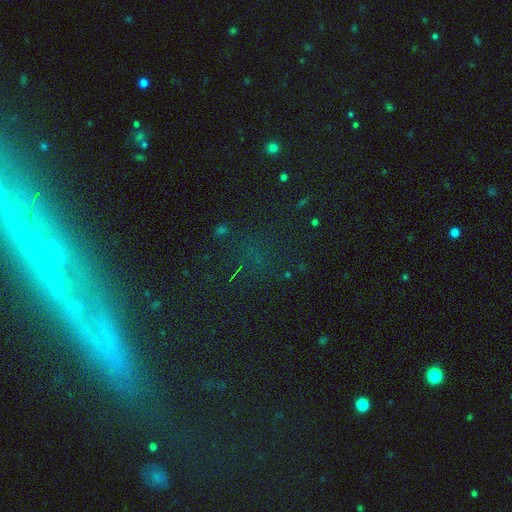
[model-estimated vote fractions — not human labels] This is possibly a star or artifact rather than a galaxy (57%).